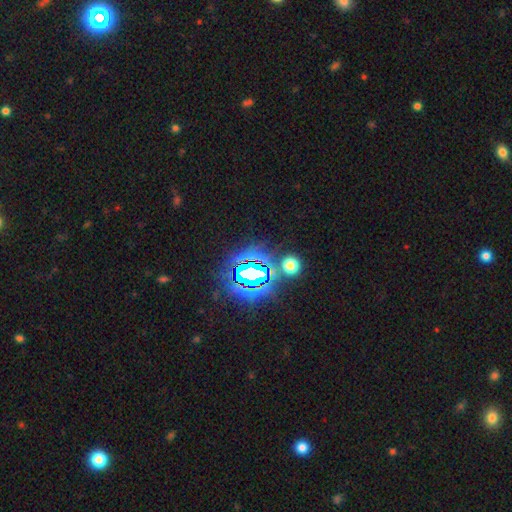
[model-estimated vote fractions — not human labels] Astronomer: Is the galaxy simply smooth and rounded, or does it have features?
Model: star or artifact — 80%.